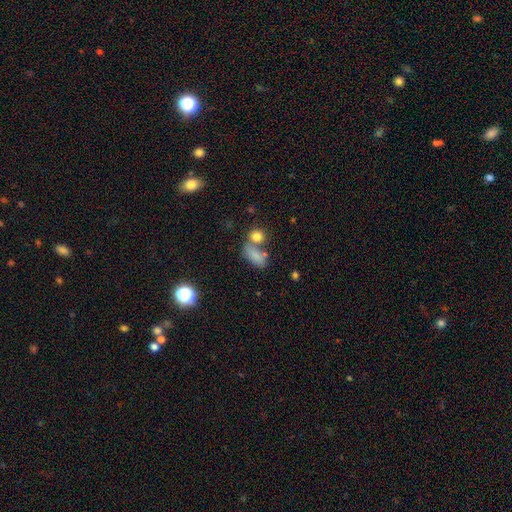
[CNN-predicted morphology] smooth-or-featured: smooth: 79% | star or artifact: 11% | featured or disk: 9%
  how-rounded: in between: 82% | round: 10% | cigar-shaped: 9%
  merging: none: 44% | merger: 32% | minor disturbance: 15% | major disturbance: 8%